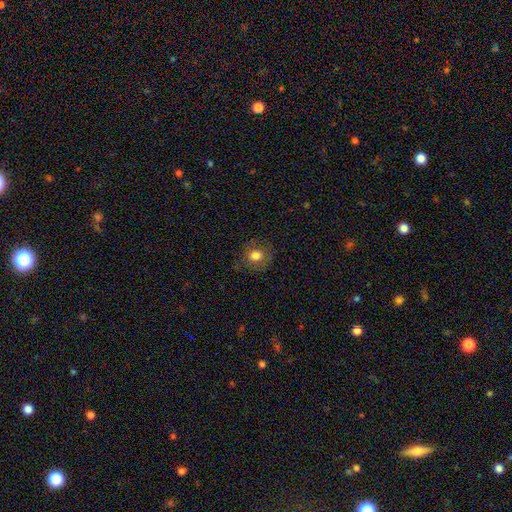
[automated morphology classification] Smooth or featured?
  - smooth: 76% *
  - featured or disk: 13%
  - star or artifact: 11%
How rounded?
  - round: 80% *
  - in between: 19%
  - cigar-shaped: 1%
Merging?
  - none: 83% *
  - minor disturbance: 12%
  - major disturbance: 4%
  - merger: 1%